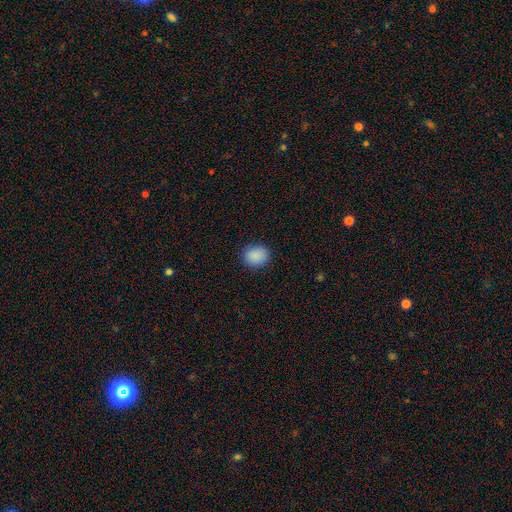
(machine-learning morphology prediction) A smooth galaxy with no disk features (89%) that is round (62%).

Vote fractions:
- Smooth or featured? smooth: 89% / star or artifact: 9% / featured or disk: 3%
- How rounded? round: 62% / in between: 37% / cigar-shaped: 1%
- Merging? none: 88% / minor disturbance: 9% / major disturbance: 2% / merger: 1%